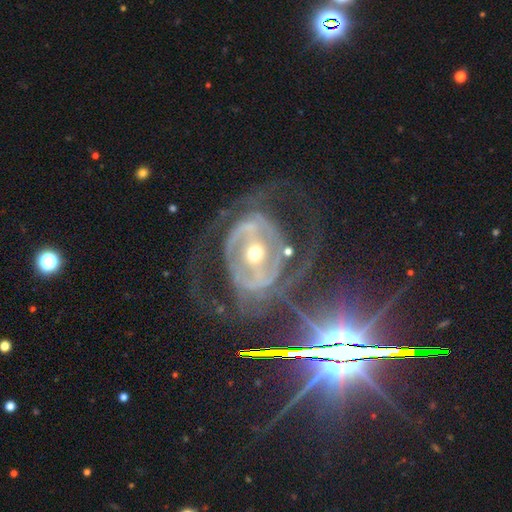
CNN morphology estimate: A featured or disk galaxy (80%) with a strong bar (61%), 2 (68%) medium (43%) spiral arms (76%) and a moderate central bulge (64%).

Vote fractions:
- Smooth or featured? featured or disk: 80% / star or artifact: 13% / smooth: 6%
- Edge-on disk? no: 95% / yes: 5%
- Bar? strong: 61% / weak: 25% / no: 14%
- Spiral arms? yes: 76% / no: 24%
- Spiral winding? medium: 43% / tight: 36% / loose: 21%
- Spiral arm count? 2: 68% / can't tell: 18% / 3: 5% / 1: 4% / 4: 3% / more than 4: 2%
- Bulge size? moderate: 64% / small: 31% / large: 4% / dominant: 1% / none: 1%
- Merging? none: 59% / major disturbance: 24% / minor disturbance: 15% / merger: 2%